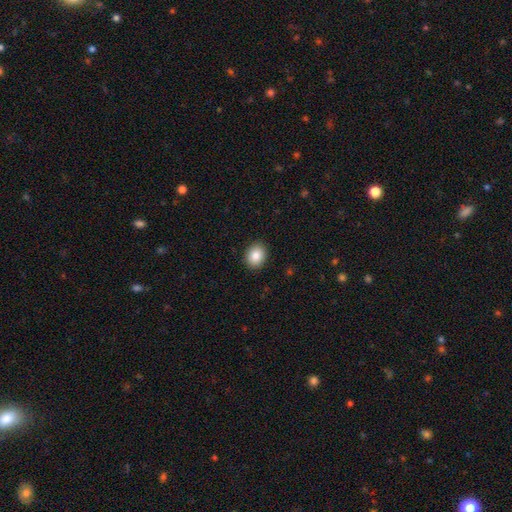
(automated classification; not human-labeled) Smooth or featured? smooth (86%)
How rounded? round (51%)
Merging? none (90%)